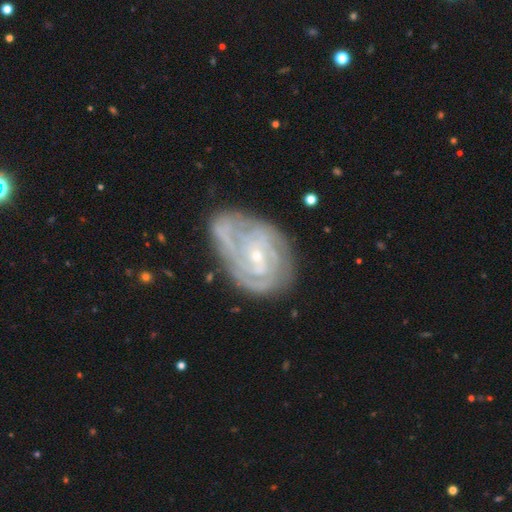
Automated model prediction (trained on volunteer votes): Smooth or featured: featured or disk — 84% (smooth — 10%)
Edge-on disk: no — 97% (yes — 3%)
Bar: no — 59% (weak — 33%)
Spiral arms: yes — 93% (no — 7%)
Spiral winding: tight — 68% (medium — 26%)
Spiral arm count: can't tell — 36% (2 — 21%)
Bulge size: small — 76% (moderate — 21%)
Merging: none — 61% (minor disturbance — 25%)